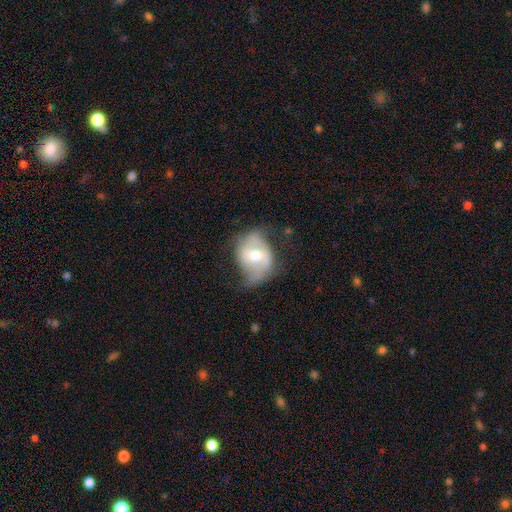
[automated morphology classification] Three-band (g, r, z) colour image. It shows a featured or disk galaxy (61%) with no bar (49%), spiral arms (65%) and a moderate central bulge (72%). Merging: none (43%).